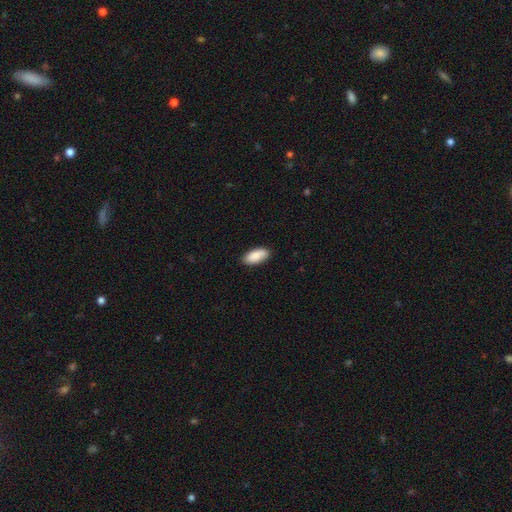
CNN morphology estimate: Smooth or featured?
  - smooth: 89% *
  - star or artifact: 6%
  - featured or disk: 5%
How rounded?
  - in between: 89% *
  - cigar-shaped: 9%
  - round: 2%
Merging?
  - none: 87% *
  - minor disturbance: 10%
  - major disturbance: 2%
  - merger: 1%